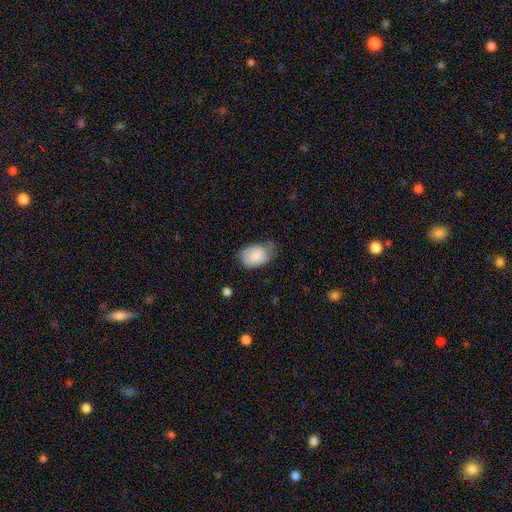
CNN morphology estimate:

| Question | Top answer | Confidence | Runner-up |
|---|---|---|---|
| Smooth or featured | smooth | 81% | featured or disk (12%) |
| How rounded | in between | 79% | round (20%) |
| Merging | minor disturbance | 45% | none (36%) |